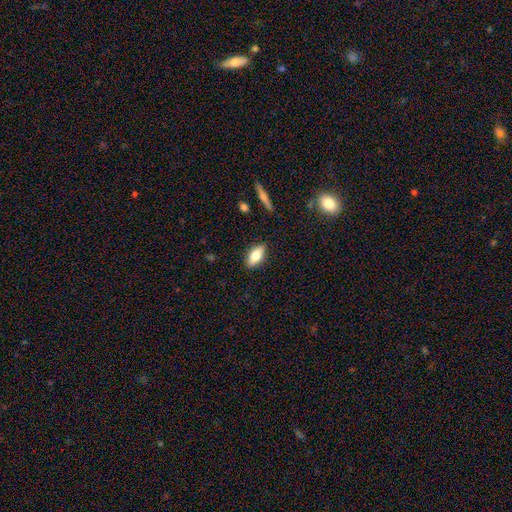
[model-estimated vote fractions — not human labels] Overall: smooth (71%). How rounded: in between (82%). Merging: none (87%).